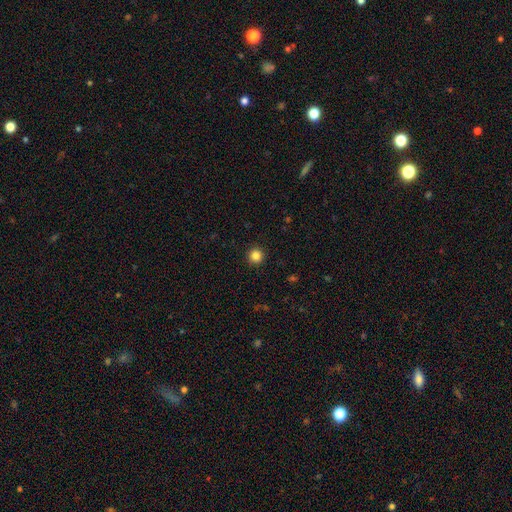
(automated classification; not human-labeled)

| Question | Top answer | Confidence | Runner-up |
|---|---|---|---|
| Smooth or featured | smooth | 85% | star or artifact (11%) |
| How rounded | round | 95% | in between (4%) |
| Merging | none | 93% | minor disturbance (4%) |